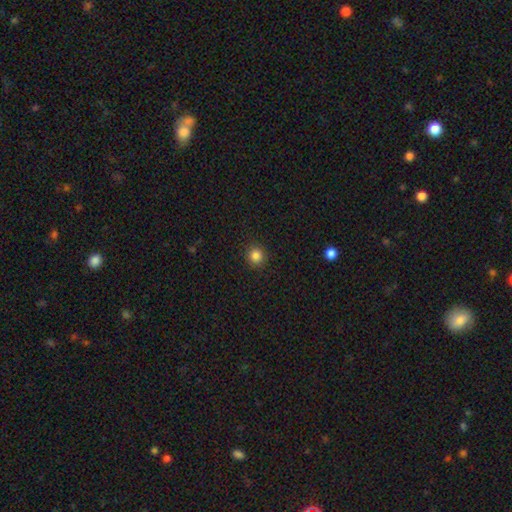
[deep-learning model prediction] The model was most divided on "smooth or featured": smooth: 84%, star or artifact: 12%, featured or disk: 4%. More confident: how rounded — round (93%); merging — none (92%).